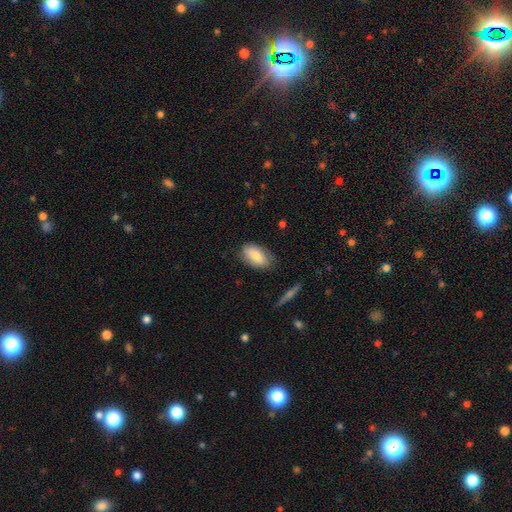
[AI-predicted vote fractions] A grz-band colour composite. It shows a smooth galaxy with no disk features (82%) that is in between round and cigar-shaped (92%). Merging: none (72%).